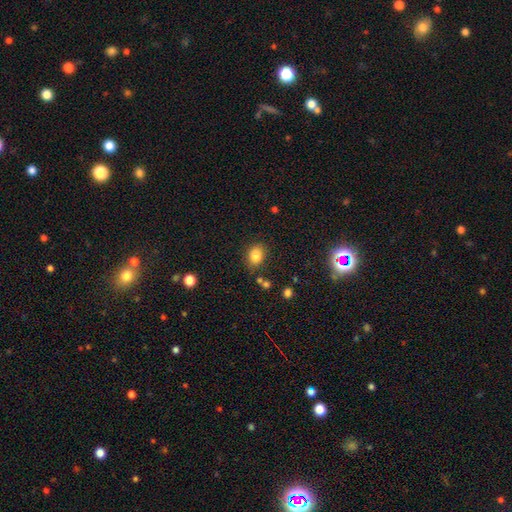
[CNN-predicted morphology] type=smooth (82%); roundness=in between (60%); merging=none (79%).